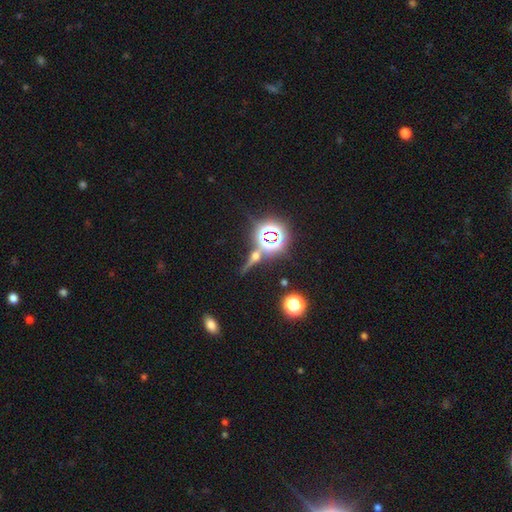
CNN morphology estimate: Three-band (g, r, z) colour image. It shows a star or artifact, not a galaxy (42%).